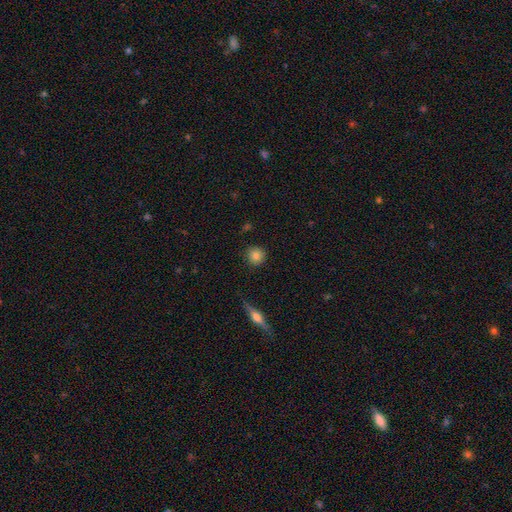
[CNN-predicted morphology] smooth 82%, star or artifact 9%, featured or disk 9%. Down the decision tree: how rounded — round (92%); merging — none (89%).